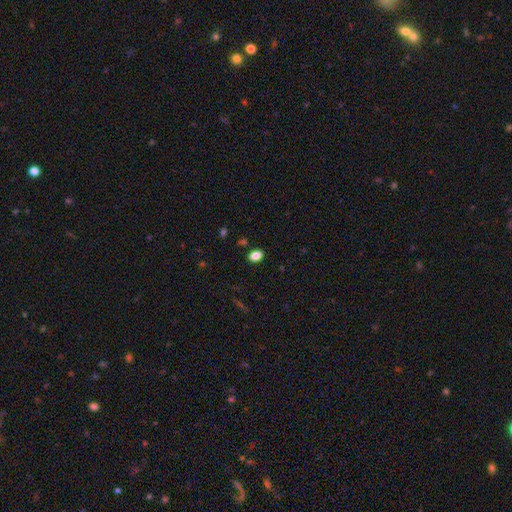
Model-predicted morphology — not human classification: smooth_or_featured: smooth (p=0.85) [alt: star or artifact p=0.11]
how_rounded: in between (p=0.78) [alt: round p=0.21]
merging: none (p=0.87) [alt: minor disturbance p=0.09]